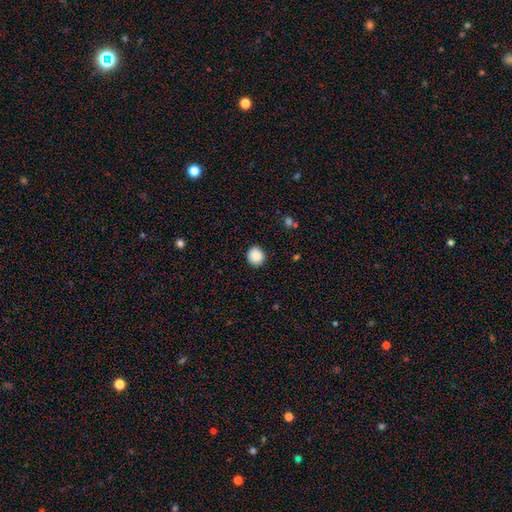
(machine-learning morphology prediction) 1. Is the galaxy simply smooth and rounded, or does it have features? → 89% smooth, 8% star or artifact, 3% featured or disk.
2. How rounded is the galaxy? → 89% round, 10% in between, 1% cigar-shaped.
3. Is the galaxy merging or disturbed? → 91% none, 6% minor disturbance, 2% major disturbance, 1% merger.